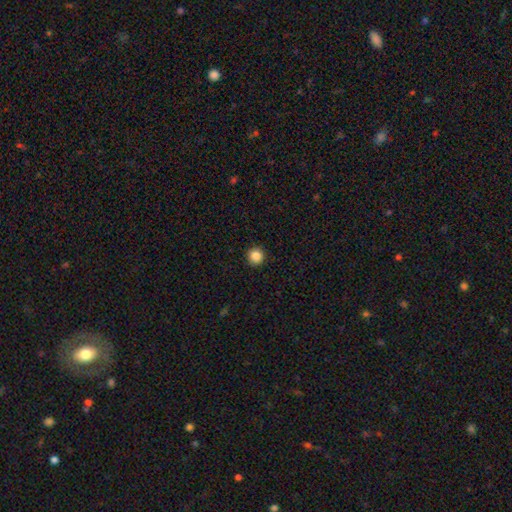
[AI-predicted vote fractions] A smooth galaxy with no disk features (85%) that is round (95%).

Vote fractions:
- Smooth or featured? smooth: 85% / star or artifact: 11% / featured or disk: 4%
- How rounded? round: 95% / in between: 4% / cigar-shaped: 1%
- Merging? none: 93% / minor disturbance: 4% / major disturbance: 1% / merger: 1%